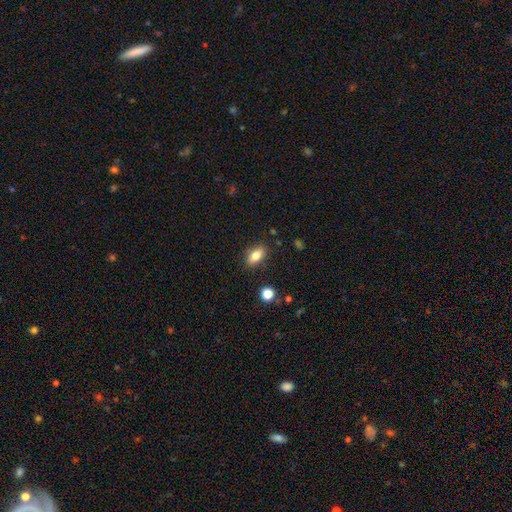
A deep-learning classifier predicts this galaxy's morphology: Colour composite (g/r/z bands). It shows a smooth galaxy with no disk features (81%) that is in between round and cigar-shaped (86%). Merging: none (86%).